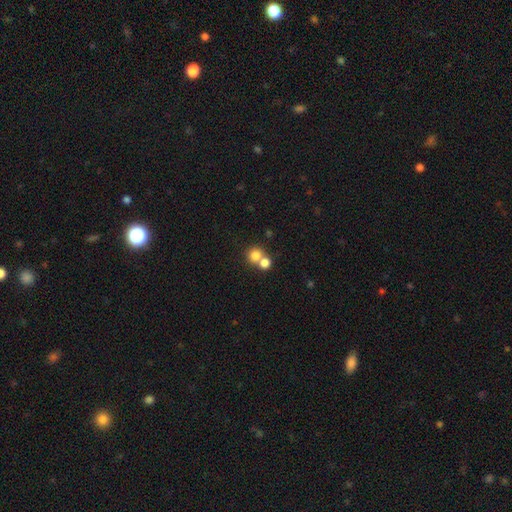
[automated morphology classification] A smooth galaxy with no disk features (79%) that is round (87%).

Vote fractions:
- Smooth or featured? smooth: 79% / star or artifact: 11% / featured or disk: 10%
- How rounded? round: 87% / in between: 12% / cigar-shaped: 1%
- Merging? merger: 48% / none: 43% / minor disturbance: 5% / major disturbance: 3%